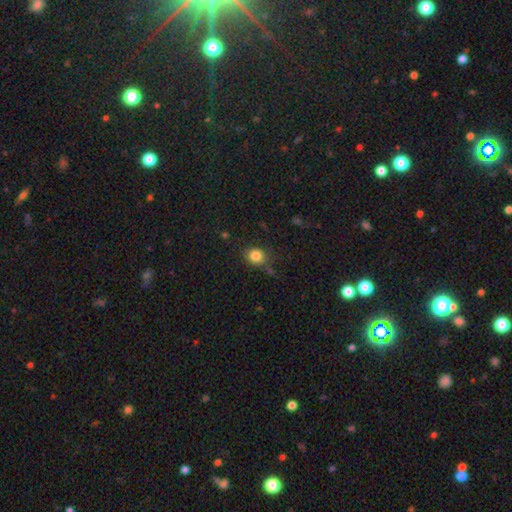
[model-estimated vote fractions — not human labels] Smooth or featured? Predicted: smooth (p=0.83). How rounded? Predicted: round (p=0.76). Merging? Predicted: none (p=0.78).